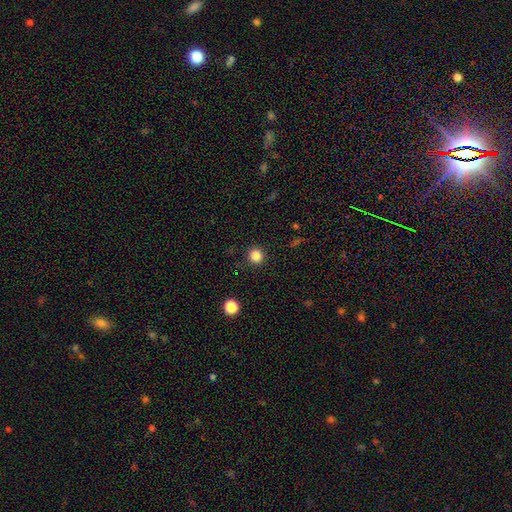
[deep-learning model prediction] The model was most divided on "smooth or featured": smooth: 84%, star or artifact: 12%, featured or disk: 4%. More confident: how rounded — round (94%); merging — none (91%).